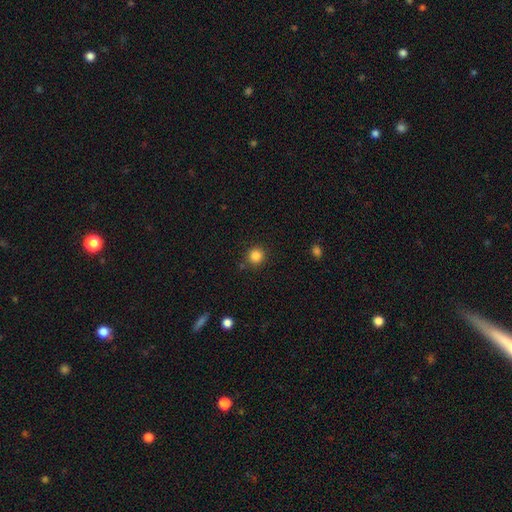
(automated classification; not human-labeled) smooth-or-featured: smooth: 85% | star or artifact: 11% | featured or disk: 3%
  how-rounded: round: 93% | in between: 6% | cigar-shaped: 1%
  merging: none: 87% | minor disturbance: 8% | merger: 3% | major disturbance: 3%